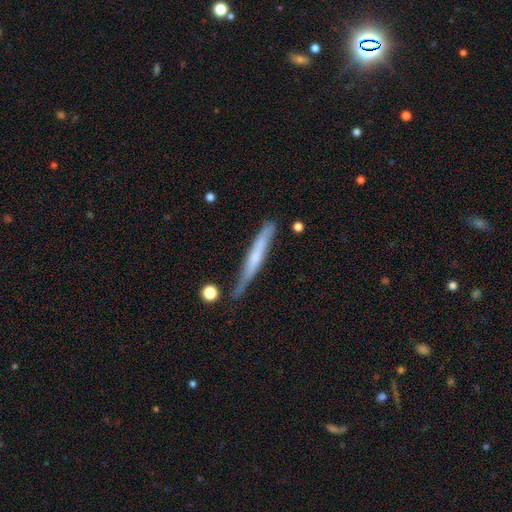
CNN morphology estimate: This is possibly a featured or disk galaxy (49%). Merging: likely none (62%).